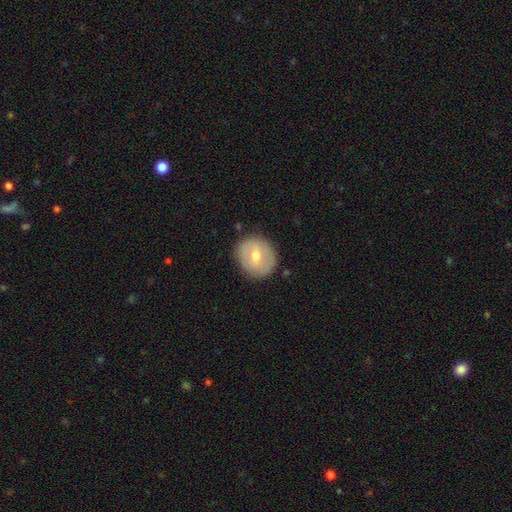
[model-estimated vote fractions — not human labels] Smooth or featured: smooth — 52% (featured or disk — 40%)
How rounded: round — 81% (in between — 18%)
Merging: none — 85% (minor disturbance — 10%)